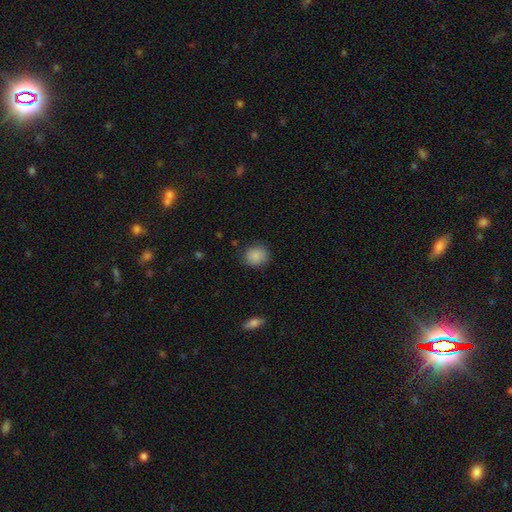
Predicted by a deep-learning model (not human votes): smooth-or-featured: smooth: 87% | star or artifact: 9% | featured or disk: 4%
  how-rounded: round: 76% | in between: 23% | cigar-shaped: 1%
  merging: none: 83% | minor disturbance: 12% | major disturbance: 3% | merger: 1%